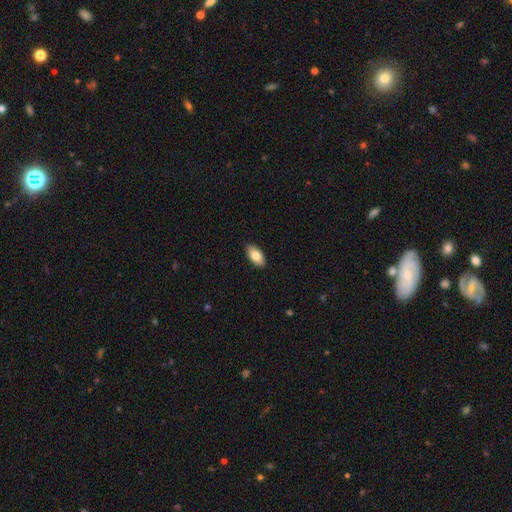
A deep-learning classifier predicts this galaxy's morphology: smooth-or-featured: smooth: 80% | featured or disk: 13% | star or artifact: 6%
  how-rounded: in between: 92% | cigar-shaped: 5% | round: 3%
  merging: none: 89% | minor disturbance: 8% | major disturbance: 2% | merger: 1%